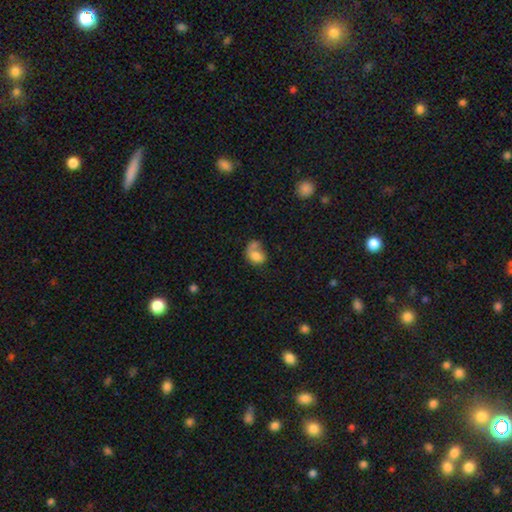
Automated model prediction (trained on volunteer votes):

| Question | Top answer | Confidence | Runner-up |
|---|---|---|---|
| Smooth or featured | smooth | 66% | featured or disk (25%) |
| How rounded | in between | 55% | round (44%) |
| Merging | merger | 30% | none (28%) |